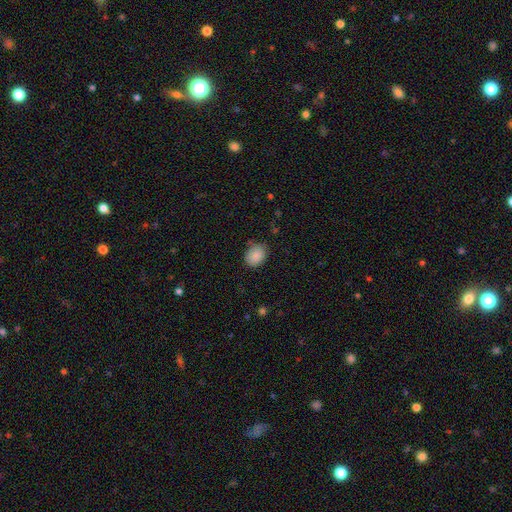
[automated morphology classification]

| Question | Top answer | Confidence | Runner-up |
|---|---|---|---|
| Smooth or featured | smooth | 88% | star or artifact (8%) |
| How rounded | in between | 51% | round (48%) |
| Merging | none | 77% | minor disturbance (18%) |